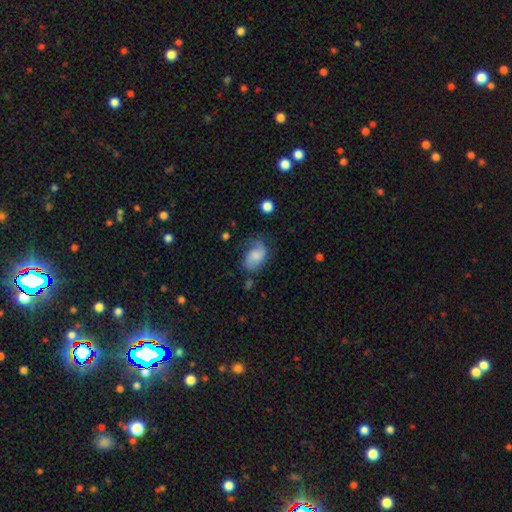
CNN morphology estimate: Smooth or featured? Predicted: smooth (p=0.55). How rounded? Predicted: in between (p=0.84). Merging? Predicted: none (p=0.40).